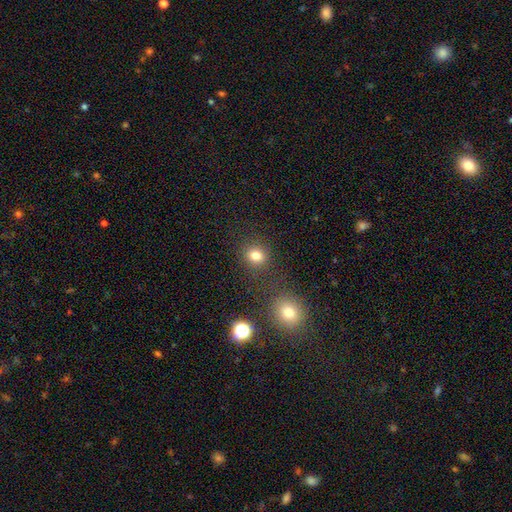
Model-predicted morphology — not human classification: Smooth or featured: smooth — 79% (star or artifact — 15%)
How rounded: round — 75% (in between — 24%)
Merging: none — 81% (minor disturbance — 9%)